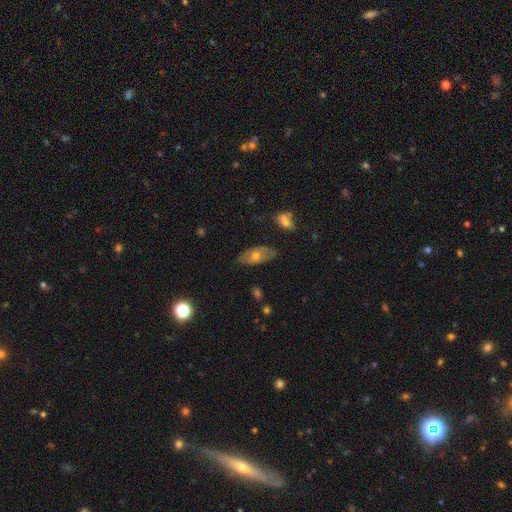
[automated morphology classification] Smooth or featured? smooth (51%)
How rounded? in between (88%)
Merging? none (73%)